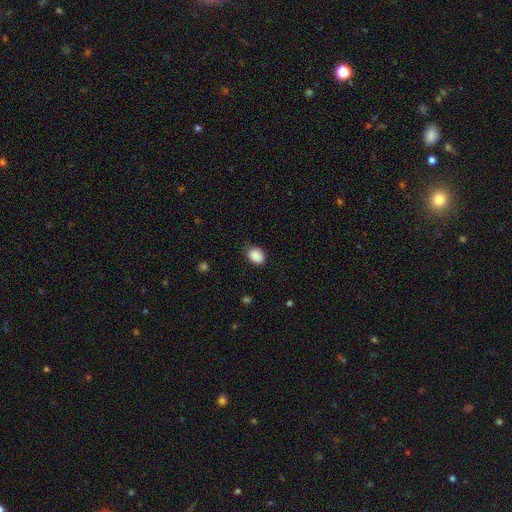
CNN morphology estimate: Smooth or featured: smooth — 88% (star or artifact — 8%)
How rounded: in between — 70% (round — 29%)
Merging: none — 72% (minor disturbance — 23%)